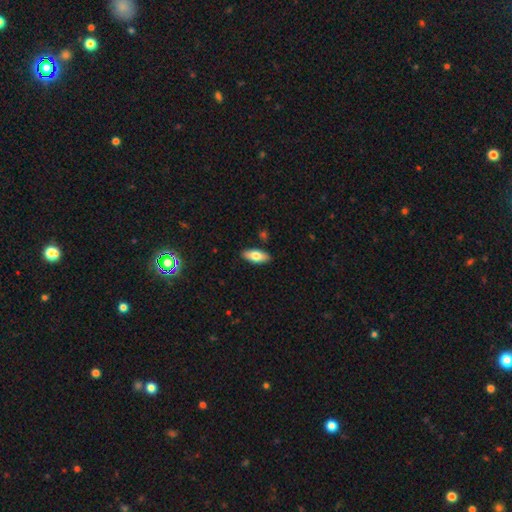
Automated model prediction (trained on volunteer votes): A smooth galaxy with no disk features (76%) that is in between round and cigar-shaped (84%).

Vote fractions:
- Smooth or featured? smooth: 76% / featured or disk: 18% / star or artifact: 6%
- How rounded? in between: 84% / cigar-shaped: 14% / round: 2%
- Merging? none: 88% / minor disturbance: 9% / merger: 2% / major disturbance: 2%